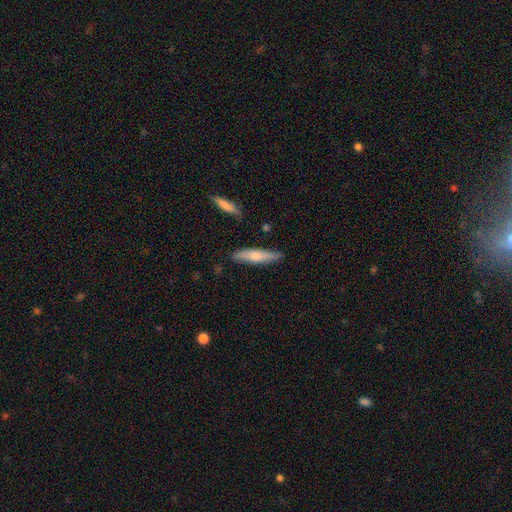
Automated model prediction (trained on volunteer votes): This appears to be a smooth galaxy with no disk features (68%) that is cigar-shaped (78%). Merging: none (83%).